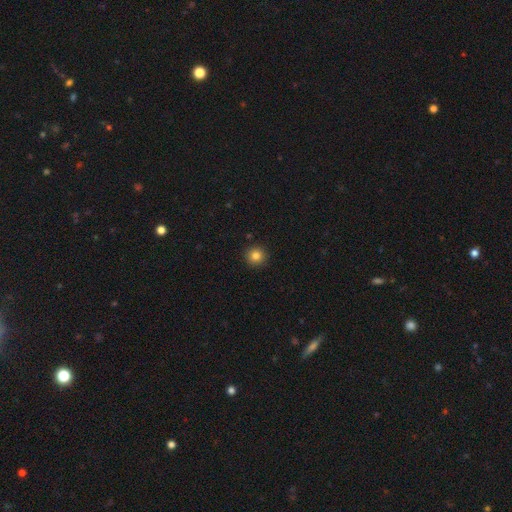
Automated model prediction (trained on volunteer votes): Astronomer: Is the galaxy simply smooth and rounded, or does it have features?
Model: smooth — 83%.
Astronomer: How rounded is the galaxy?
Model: round — 95%.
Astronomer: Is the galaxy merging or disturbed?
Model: none — 92%.